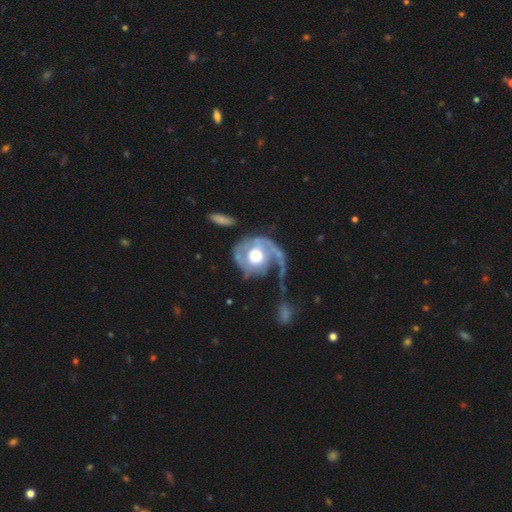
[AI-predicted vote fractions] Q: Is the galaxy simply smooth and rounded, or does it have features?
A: featured or disk — 76%.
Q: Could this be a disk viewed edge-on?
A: no — 97%.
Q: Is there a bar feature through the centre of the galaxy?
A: no — 79%.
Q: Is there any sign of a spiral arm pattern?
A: yes — 82%.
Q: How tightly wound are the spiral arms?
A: medium — 34%.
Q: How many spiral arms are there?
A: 1 — 63%.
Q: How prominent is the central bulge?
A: moderate — 53%.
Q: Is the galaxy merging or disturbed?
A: major disturbance — 44%.